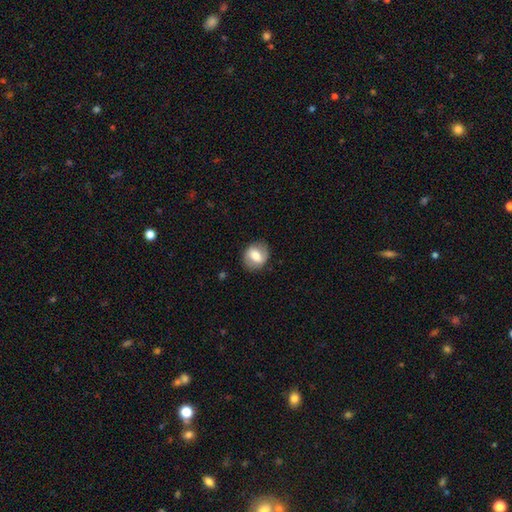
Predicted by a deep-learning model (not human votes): smooth_or_featured: smooth (p=0.54) [alt: featured or disk p=0.38]
how_rounded: round (p=0.60) [alt: in between p=0.39]
merging: none (p=0.83) [alt: minor disturbance p=0.12]